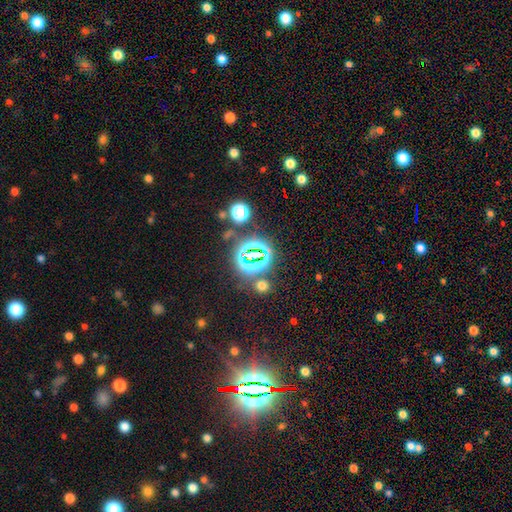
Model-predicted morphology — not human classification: A star or artifact, not a galaxy (83%).